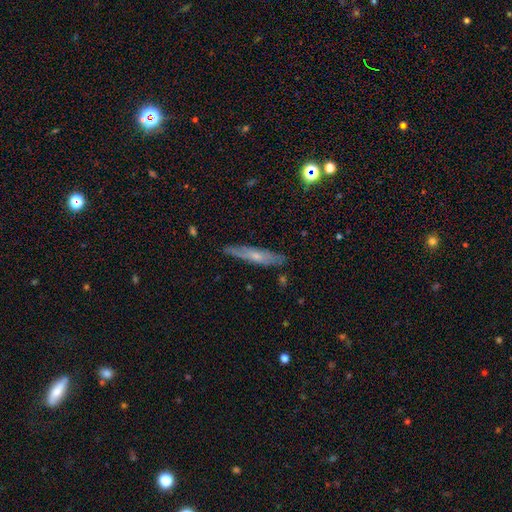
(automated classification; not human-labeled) This is possibly a featured or disk galaxy (52%). It is likely viewed edge-on (79%). Merging: clearly none (82%).